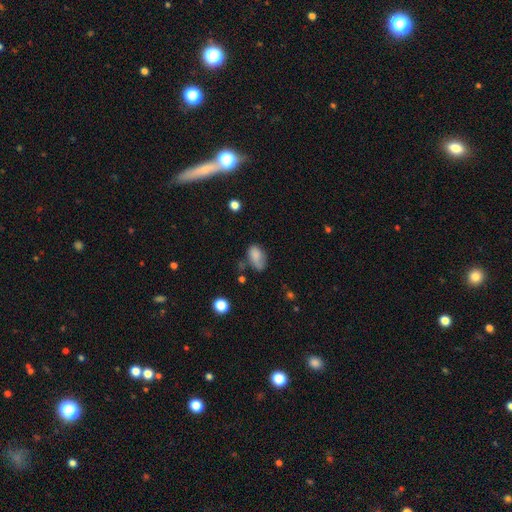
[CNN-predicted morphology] Q: Smooth or featured?
A: smooth (78%); runner-up: featured or disk (12%)
Q: How rounded?
A: in between (89%); runner-up: round (8%)
Q: Merging?
A: none (44%); runner-up: minor disturbance (34%)